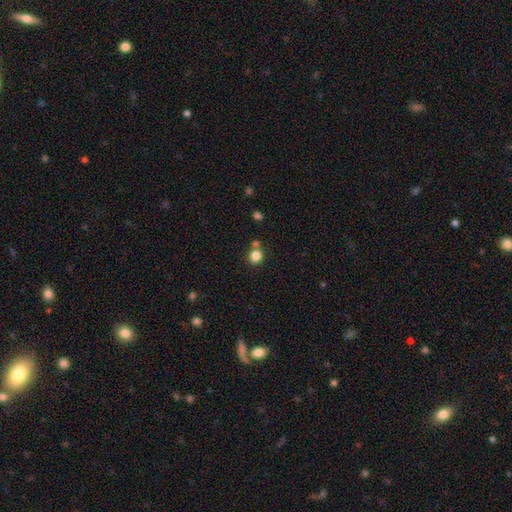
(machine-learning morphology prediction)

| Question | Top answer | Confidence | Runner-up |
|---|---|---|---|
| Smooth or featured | smooth | 82% | star or artifact (12%) |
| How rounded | round | 86% | in between (13%) |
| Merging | none | 68% | merger (20%) |